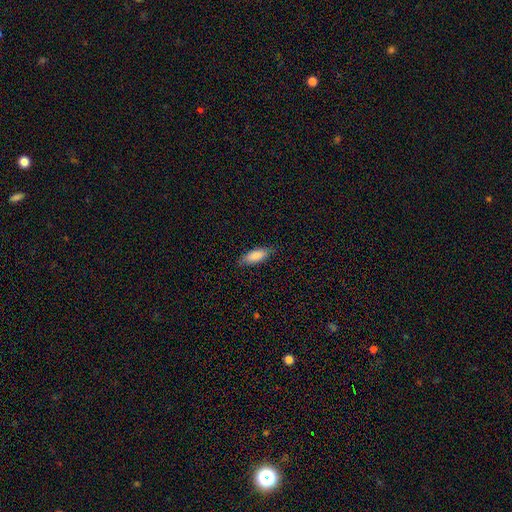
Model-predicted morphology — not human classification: Q: Smooth or featured?
A: smooth (87%); runner-up: featured or disk (7%)
Q: How rounded?
A: in between (74%); runner-up: cigar-shaped (24%)
Q: Merging?
A: none (82%); runner-up: minor disturbance (14%)